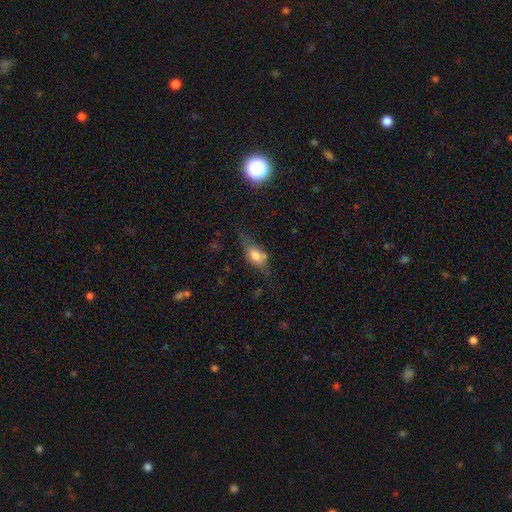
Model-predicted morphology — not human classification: type=smooth (61%); roundness=in between (78%); merging=none (50%).